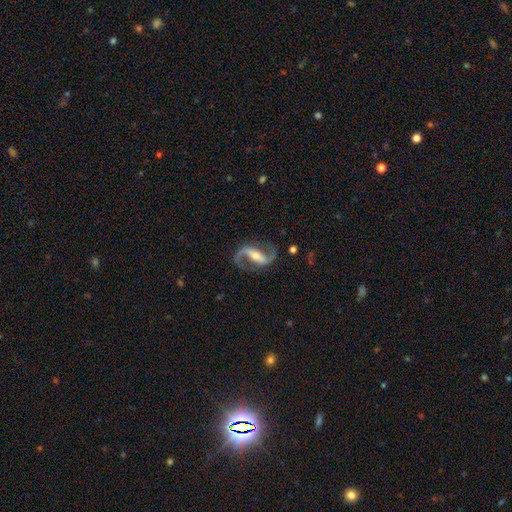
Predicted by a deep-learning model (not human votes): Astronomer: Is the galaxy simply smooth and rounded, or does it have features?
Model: featured or disk — 92%.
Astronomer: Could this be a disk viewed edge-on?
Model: no — 96%.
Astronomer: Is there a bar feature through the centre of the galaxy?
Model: strong — 57%.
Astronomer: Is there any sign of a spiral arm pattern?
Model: yes — 97%.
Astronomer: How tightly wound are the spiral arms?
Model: loose — 51% (runner-up: medium, 41%).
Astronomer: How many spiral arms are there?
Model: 2 — 93%.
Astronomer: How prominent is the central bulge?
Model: moderate — 51% (runner-up: small, 40%).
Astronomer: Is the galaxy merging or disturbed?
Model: none — 81%.